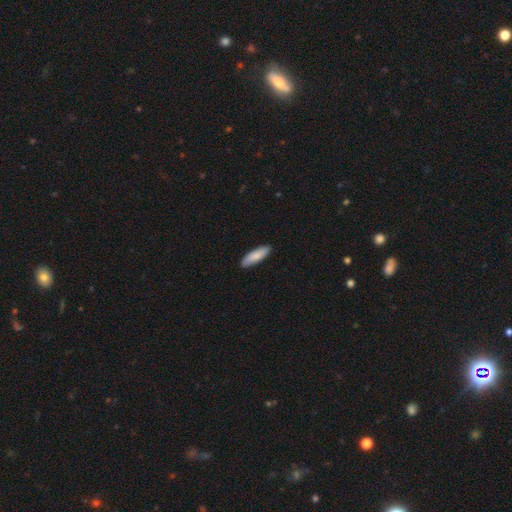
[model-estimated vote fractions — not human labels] The model was most divided on "how rounded": cigar-shaped: 57%, in between: 42%, round: 1%. More confident: merging — none (89%); smooth or featured — smooth (84%).